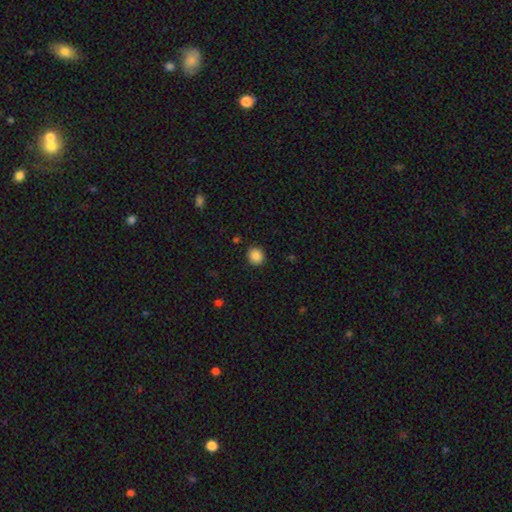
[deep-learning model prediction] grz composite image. It shows a smooth galaxy with no disk features (87%) that is round (85%). Merging: none (89%).